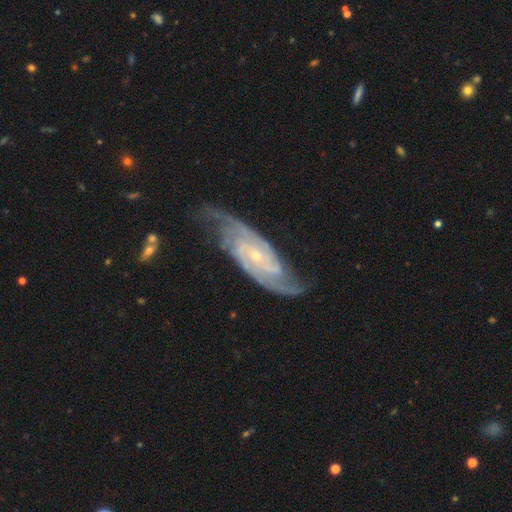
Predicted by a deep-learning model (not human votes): Smooth or featured: featured or disk — 91% (star or artifact — 5%)
Edge-on disk: no — 94% (yes — 6%)
Bar: no — 54% (weak — 32%)
Spiral arms: yes — 98% (no — 2%)
Spiral winding: tight — 50% (medium — 41%)
Spiral arm count: 2 — 60% (3 — 17%)
Bulge size: small — 79% (moderate — 18%)
Merging: none — 72% (minor disturbance — 19%)